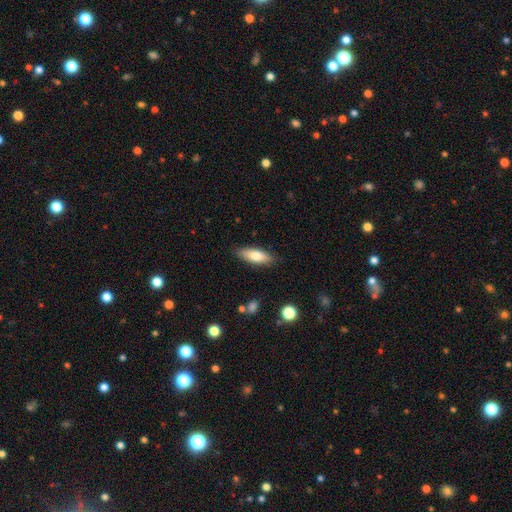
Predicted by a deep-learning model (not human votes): Smooth or featured? Predicted: smooth (p=0.76). How rounded? Predicted: in between (p=0.63). Merging? Predicted: none (p=0.87).